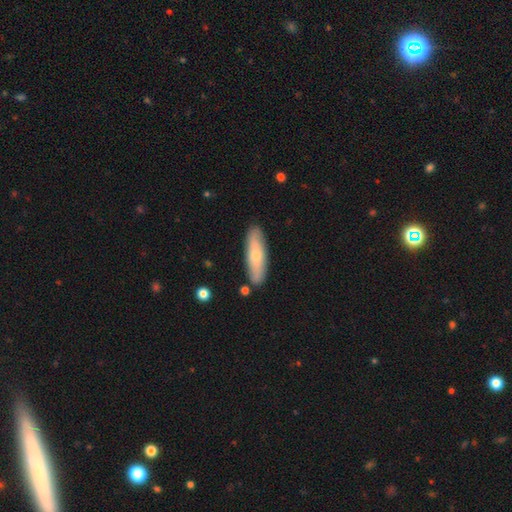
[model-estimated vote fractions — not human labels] smooth 61%, featured or disk 33%, star or artifact 6%. Down the decision tree: how rounded — cigar-shaped (60%); merging — none (85%).